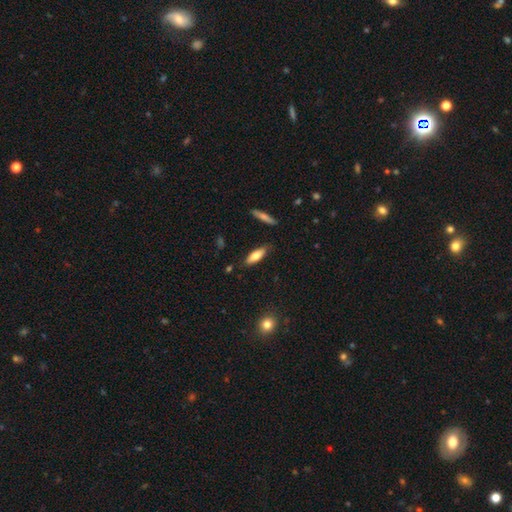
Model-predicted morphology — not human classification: smooth_or_featured: smooth (p=0.72) [alt: featured or disk p=0.21]
how_rounded: in between (p=0.55) [alt: cigar-shaped p=0.43]
merging: none (p=0.82) [alt: minor disturbance p=0.13]